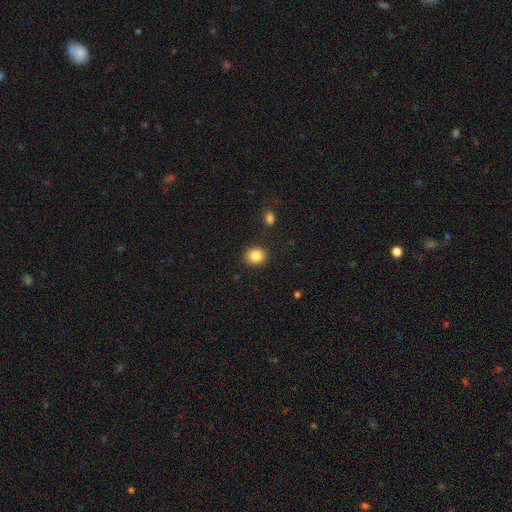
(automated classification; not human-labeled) smooth_or_featured: smooth (p=0.86) [alt: star or artifact p=0.09]
how_rounded: round (p=0.73) [alt: in between p=0.26]
merging: none (p=0.88) [alt: minor disturbance p=0.08]